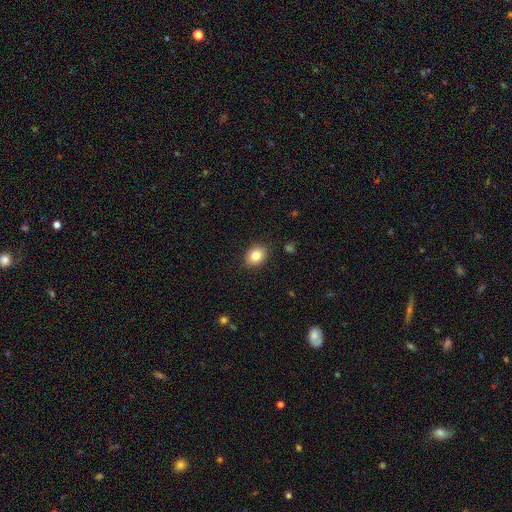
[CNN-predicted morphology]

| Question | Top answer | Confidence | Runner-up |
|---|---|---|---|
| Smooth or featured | smooth | 83% | star or artifact (9%) |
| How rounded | in between | 54% | round (45%) |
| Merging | none | 88% | minor disturbance (8%) |